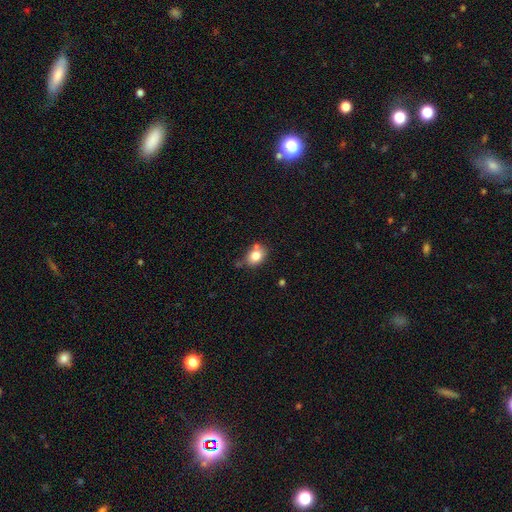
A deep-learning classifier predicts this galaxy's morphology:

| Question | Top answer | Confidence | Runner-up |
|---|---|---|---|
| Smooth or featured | smooth | 80% | featured or disk (11%) |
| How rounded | in between | 65% | round (34%) |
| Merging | none | 60% | minor disturbance (21%) |